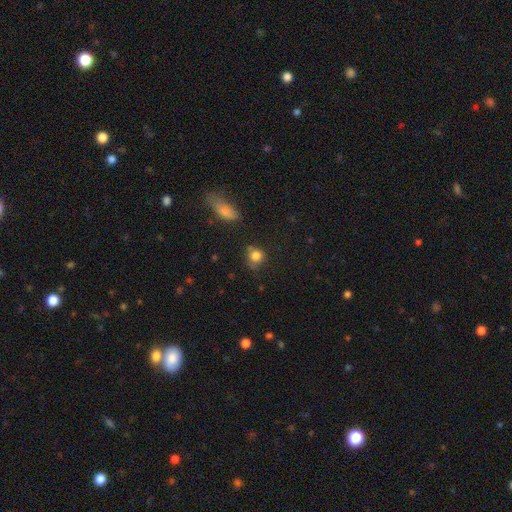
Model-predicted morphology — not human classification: Overall: smooth (81%). How rounded: round (71%). Merging: none (58%; minor disturbance 27%).